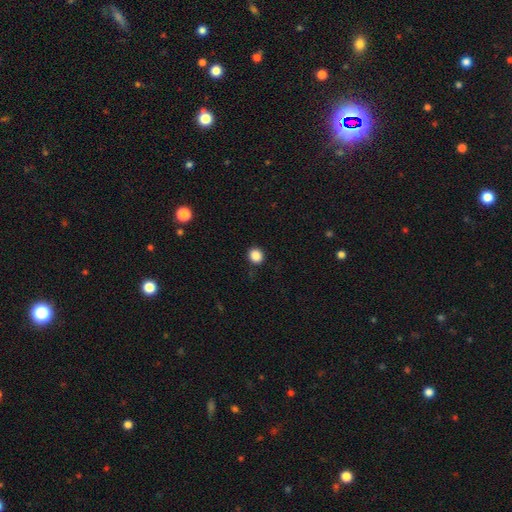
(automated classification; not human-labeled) Smooth or featured? smooth (87%)
How rounded? round (83%)
Merging? none (89%)